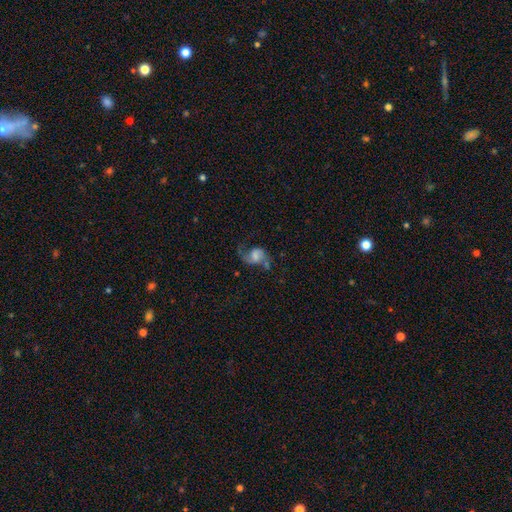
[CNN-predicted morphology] The model was most divided on "bulge size": moderate: 27%, none: 24%, large: 23%, small: 21%, dominant: 5%. Remaining: edge-on disk — no (98%); spiral arms — yes (91%); spiral arm count — 2 (82%); smooth or featured — featured or disk (68%); spiral winding — loose (65%); bar — no (51%); merging — none (49%).